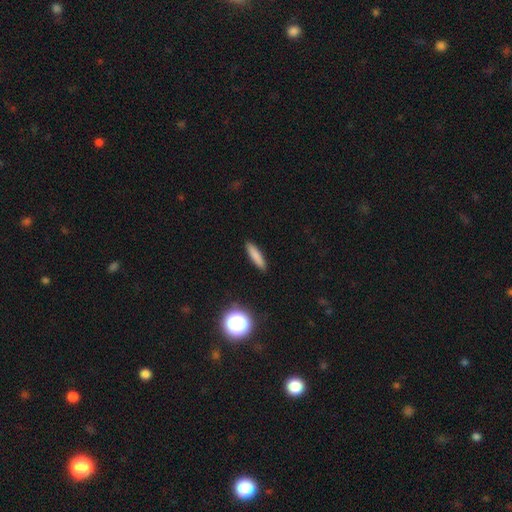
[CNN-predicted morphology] Smooth or featured? Predicted: smooth (p=0.81). How rounded? Predicted: cigar-shaped (p=0.81). Merging? Predicted: none (p=0.90).